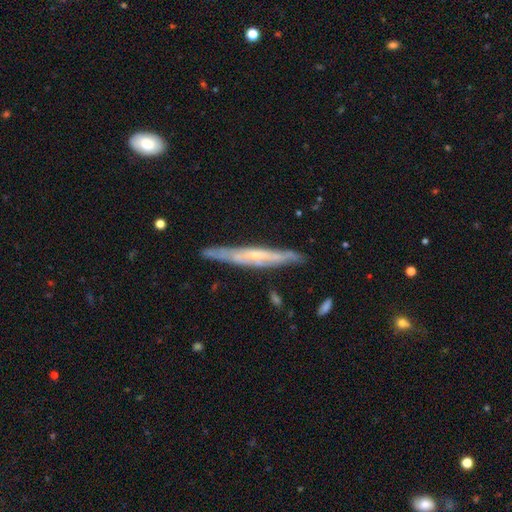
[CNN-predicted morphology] A featured or disk galaxy (70%) viewed edge-on (85%) with no central bulge (50%). Merging: none (81%).